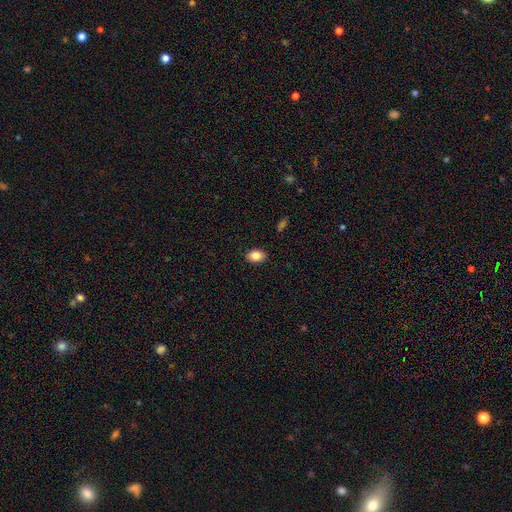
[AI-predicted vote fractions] smooth_or_featured: smooth (p=0.85) [alt: star or artifact p=0.08]
how_rounded: in between (p=0.80) [alt: round p=0.19]
merging: none (p=0.89) [alt: minor disturbance p=0.08]